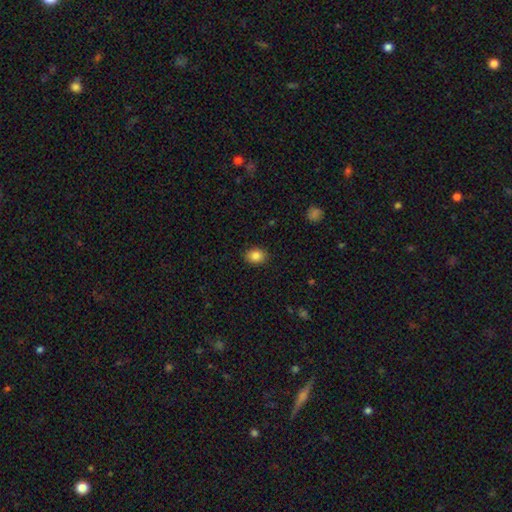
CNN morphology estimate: This appears to be a smooth galaxy with no disk features (85%) that is in between round and cigar-shaped (62%). Merging: none (88%).